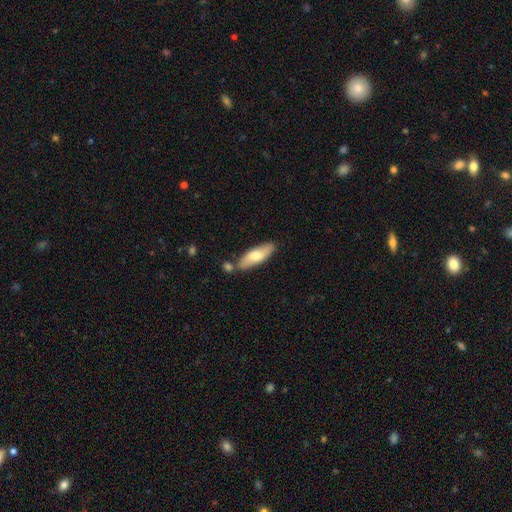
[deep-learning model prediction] A smooth galaxy with no disk features (66%) that is in between round and cigar-shaped (56%).

Vote fractions:
- Smooth or featured? smooth: 66% / featured or disk: 28% / star or artifact: 5%
- How rounded? in between: 56% / cigar-shaped: 42% / round: 2%
- Merging? none: 71% / minor disturbance: 14% / merger: 12% / major disturbance: 3%